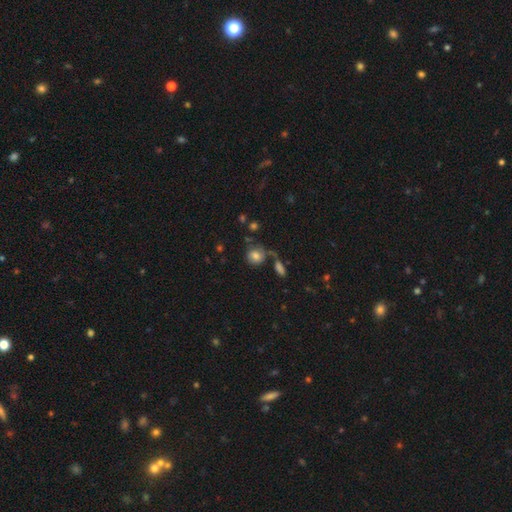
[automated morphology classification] A smooth galaxy with no disk features (78%) that is round (80%). Merging: none (60%).